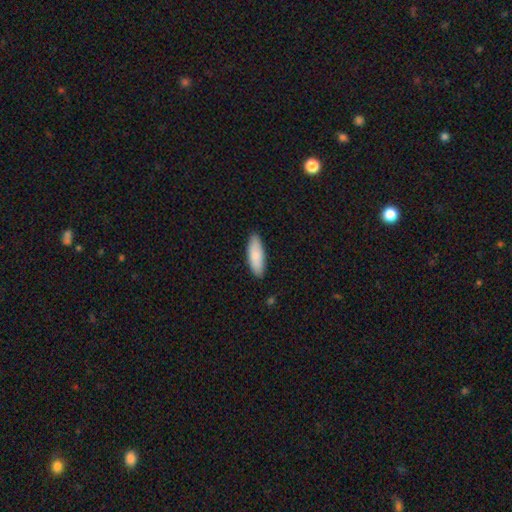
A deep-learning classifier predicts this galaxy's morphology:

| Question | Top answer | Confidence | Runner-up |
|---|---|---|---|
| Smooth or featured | smooth | 87% | featured or disk (8%) |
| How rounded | in between | 60% | cigar-shaped (38%) |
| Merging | none | 89% | minor disturbance (9%) |